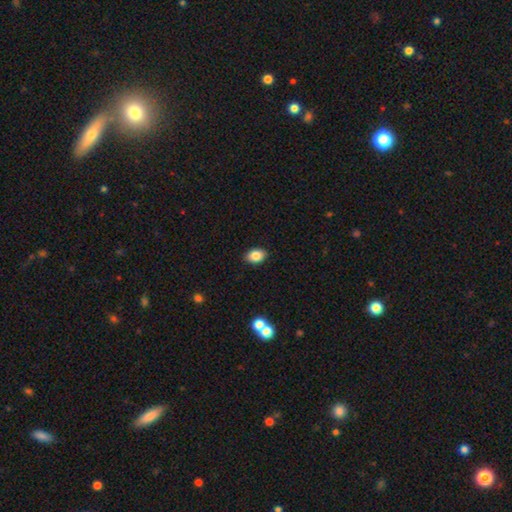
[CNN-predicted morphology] Q: Smooth or featured?
A: smooth (85%); runner-up: star or artifact (9%)
Q: How rounded?
A: in between (80%); runner-up: round (19%)
Q: Merging?
A: none (90%); runner-up: minor disturbance (7%)